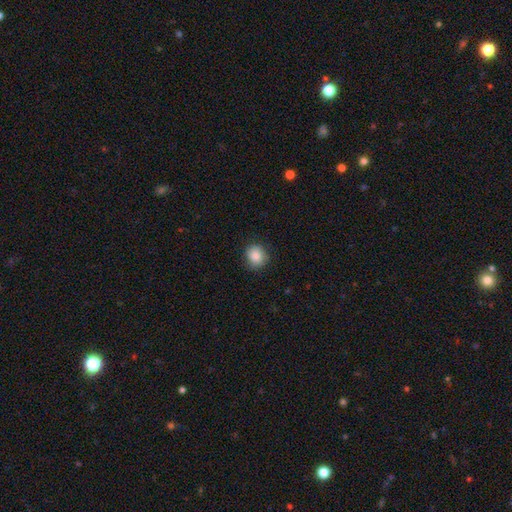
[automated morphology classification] Q: Smooth or featured?
A: smooth (87%); runner-up: star or artifact (8%)
Q: How rounded?
A: round (83%); runner-up: in between (17%)
Q: Merging?
A: none (83%); runner-up: minor disturbance (13%)